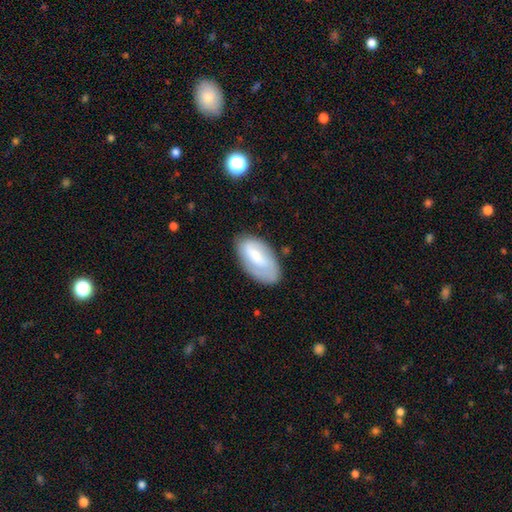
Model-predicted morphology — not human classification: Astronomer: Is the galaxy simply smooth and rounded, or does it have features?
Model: smooth — 57% (runner-up: featured or disk, 35%).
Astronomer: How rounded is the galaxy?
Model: in between — 93%.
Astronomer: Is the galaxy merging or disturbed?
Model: none — 71%.